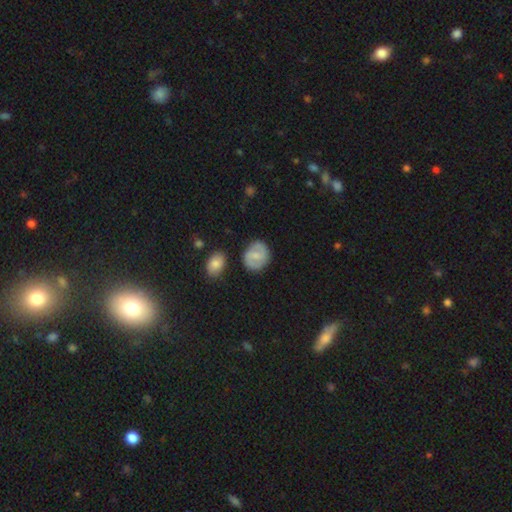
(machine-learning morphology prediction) This appears to be a smooth galaxy with no disk features (55%) that is round (66%). Merging: none (79%).